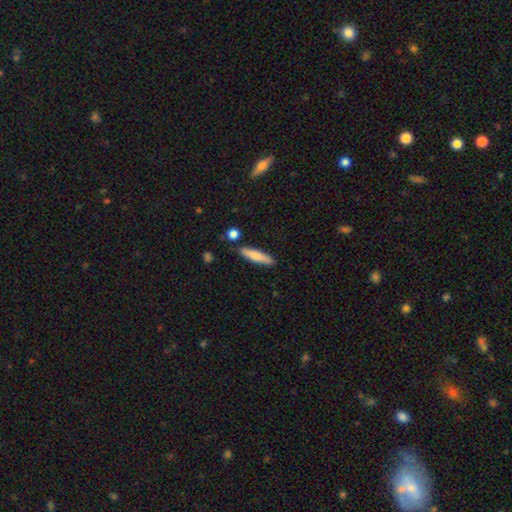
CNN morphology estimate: A smooth galaxy with no disk features (73%) that is cigar-shaped (82%).

Vote fractions:
- Smooth or featured? smooth: 73% / featured or disk: 21% / star or artifact: 6%
- How rounded? cigar-shaped: 82% / in between: 16% / round: 2%
- Merging? none: 84% / minor disturbance: 10% / merger: 4% / major disturbance: 2%